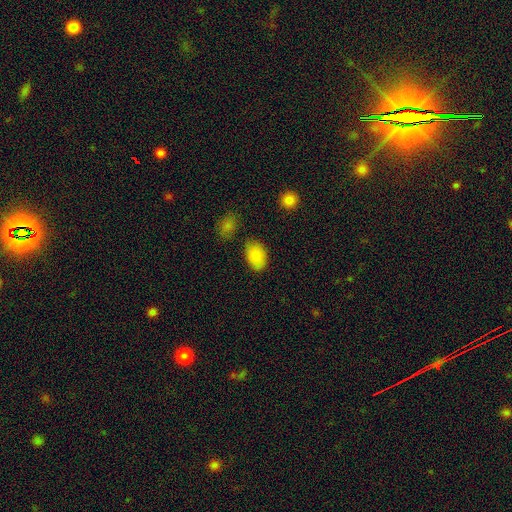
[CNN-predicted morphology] Smooth or featured?
  - smooth: 84% *
  - featured or disk: 9%
  - star or artifact: 7%
How rounded?
  - in between: 86% *
  - round: 13%
  - cigar-shaped: 1%
Merging?
  - none: 80% *
  - minor disturbance: 13%
  - merger: 4%
  - major disturbance: 3%